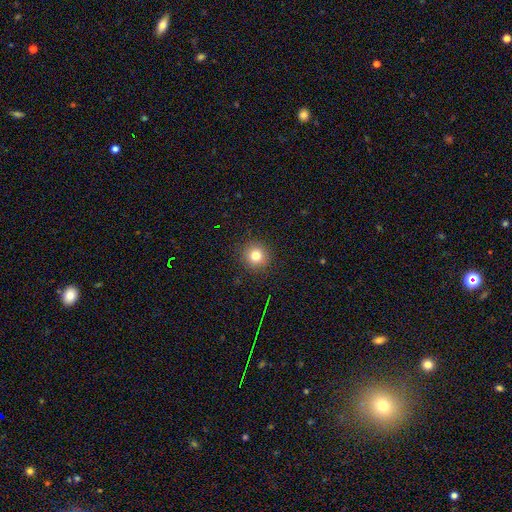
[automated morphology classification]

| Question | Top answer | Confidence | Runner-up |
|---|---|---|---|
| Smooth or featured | smooth | 79% | star or artifact (13%) |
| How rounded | round | 94% | in between (5%) |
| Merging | none | 91% | minor disturbance (6%) |